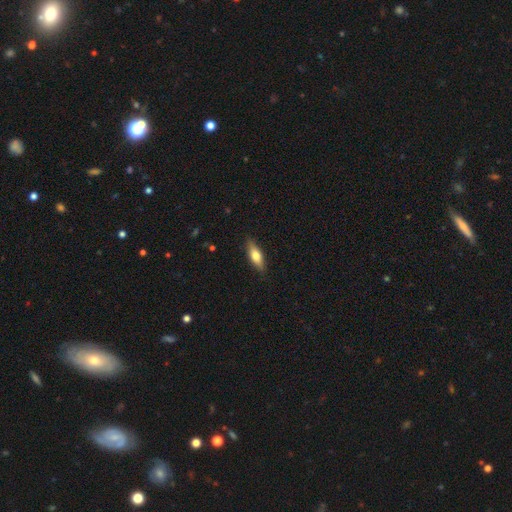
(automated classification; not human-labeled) A smooth galaxy with no disk features (64%) that is in between round and cigar-shaped (56%).

Vote fractions:
- Smooth or featured? smooth: 64% / featured or disk: 30% / star or artifact: 6%
- How rounded? in between: 56% / cigar-shaped: 41% / round: 3%
- Merging? none: 87% / minor disturbance: 10% / major disturbance: 2% / merger: 1%